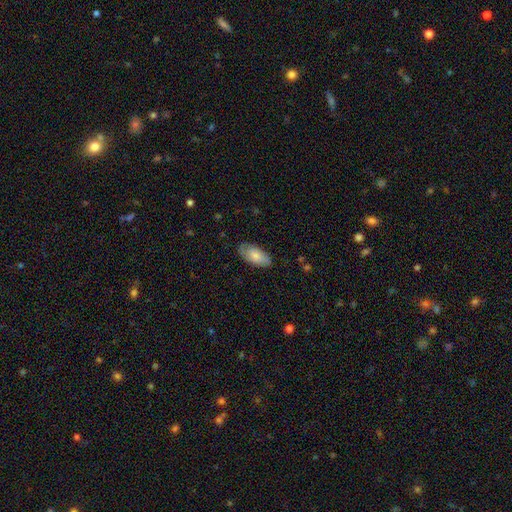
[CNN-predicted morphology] Q: Smooth or featured?
A: smooth (70%); runner-up: featured or disk (24%)
Q: How rounded?
A: in between (93%); runner-up: cigar-shaped (5%)
Q: Merging?
A: none (71%); runner-up: minor disturbance (23%)